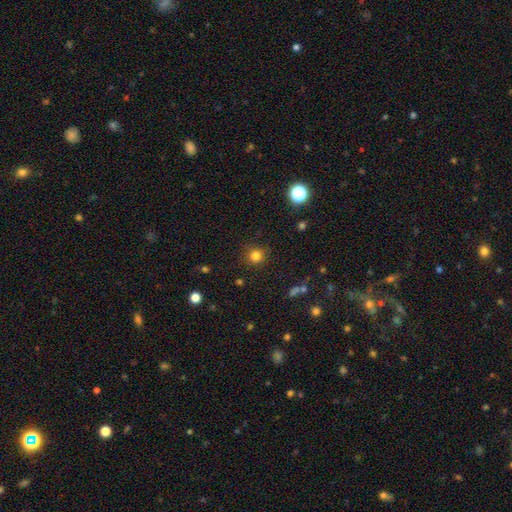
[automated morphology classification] A smooth galaxy with no disk features (81%) that is round (92%).

Vote fractions:
- Smooth or featured? smooth: 81% / star or artifact: 14% / featured or disk: 5%
- How rounded? round: 92% / in between: 7% / cigar-shaped: 1%
- Merging? none: 88% / minor disturbance: 8% / major disturbance: 3% / merger: 1%